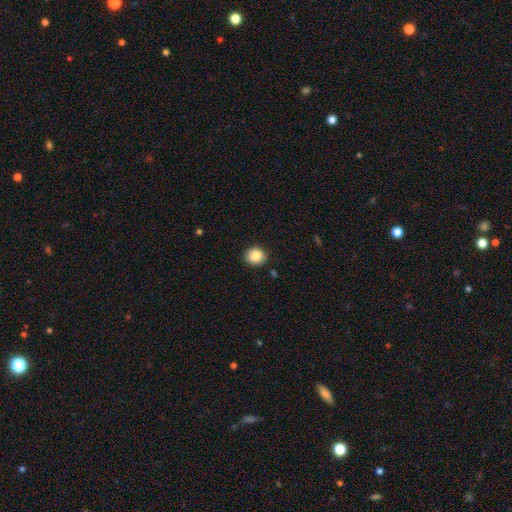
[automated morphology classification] A smooth galaxy with no disk features (87%) that is round (76%).

Vote fractions:
- Smooth or featured? smooth: 87% / star or artifact: 9% / featured or disk: 4%
- How rounded? round: 76% / in between: 23% / cigar-shaped: 1%
- Merging? none: 87% / minor disturbance: 9% / major disturbance: 2% / merger: 1%